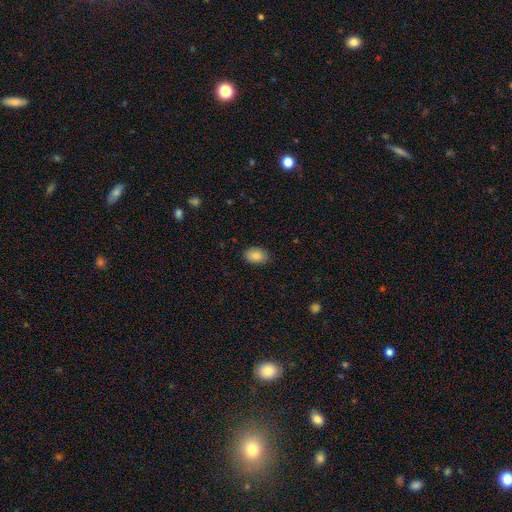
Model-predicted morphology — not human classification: Smooth or featured? smooth (87%)
How rounded? in between (87%)
Merging? none (84%)